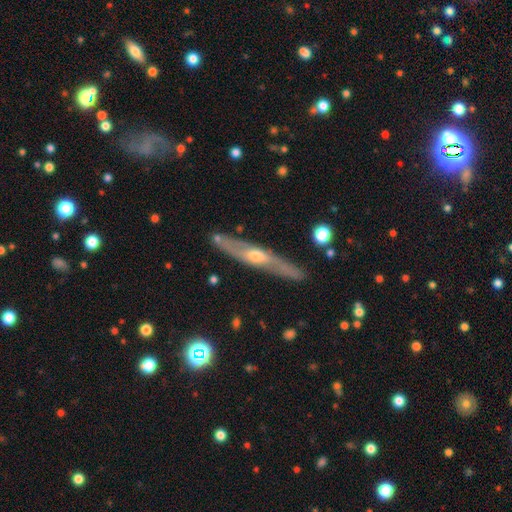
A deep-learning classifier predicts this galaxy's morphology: Overall: featured or disk (73%). Edge-on disk: yes (85%). Edge-on bulge: rounded (82%). Merging: none (84%).